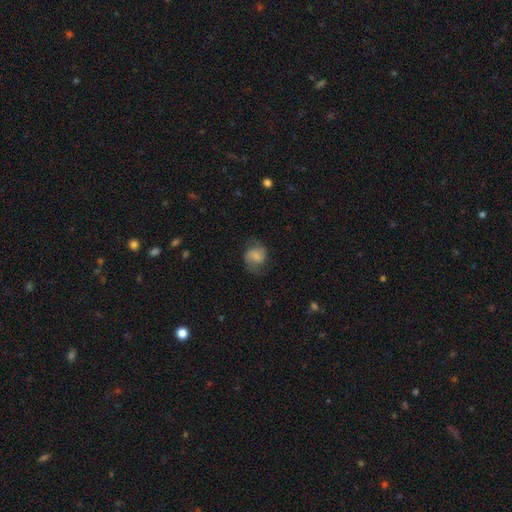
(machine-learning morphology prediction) featured or disk 47%, smooth 44%, star or artifact 9%. Down the decision tree: merging — none (67%).